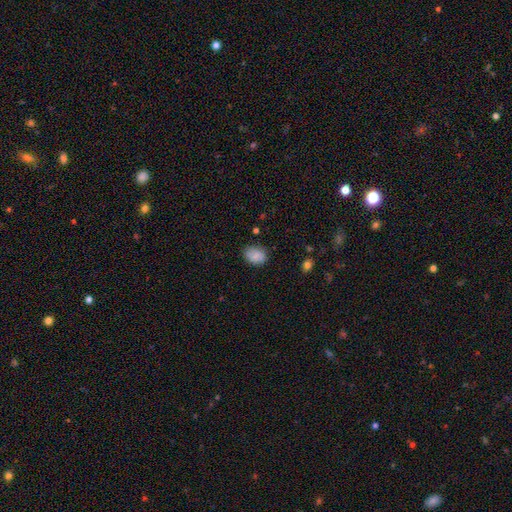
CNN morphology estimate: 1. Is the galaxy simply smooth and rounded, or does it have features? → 84% smooth, 8% star or artifact, 8% featured or disk.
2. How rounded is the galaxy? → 70% in between, 29% round, 1% cigar-shaped.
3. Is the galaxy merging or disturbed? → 76% none, 19% minor disturbance, 4% major disturbance, 2% merger.